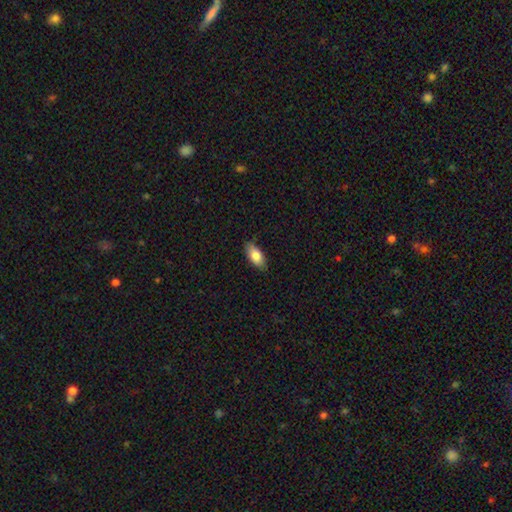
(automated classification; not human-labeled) A smooth galaxy with no disk features (81%) that is in between round and cigar-shaped (89%). Merging: none (84%).